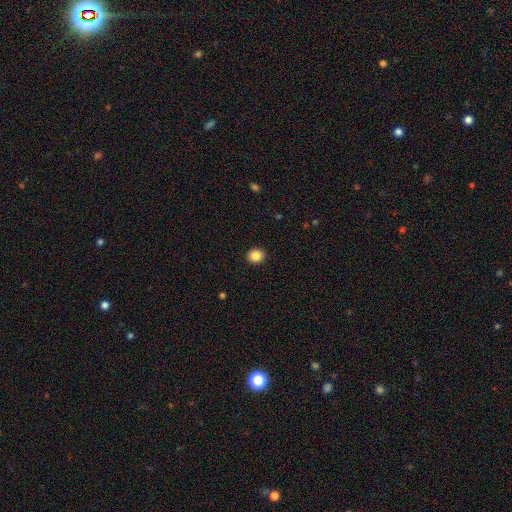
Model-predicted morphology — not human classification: Q: Smooth or featured?
A: smooth (86%); runner-up: star or artifact (10%)
Q: How rounded?
A: round (74%); runner-up: in between (25%)
Q: Merging?
A: none (92%); runner-up: minor disturbance (5%)